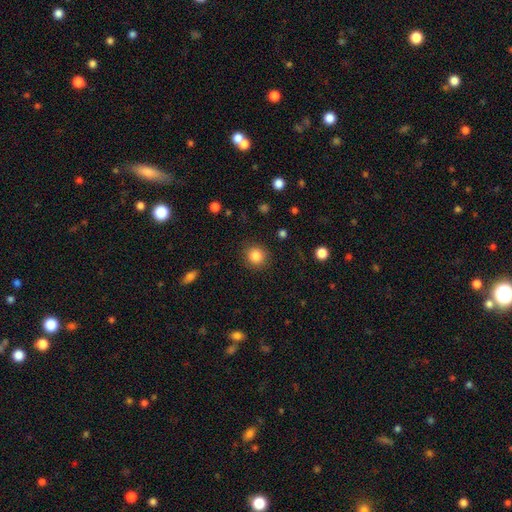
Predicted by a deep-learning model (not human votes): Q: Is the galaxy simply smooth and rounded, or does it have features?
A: smooth — 85%.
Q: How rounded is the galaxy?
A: round — 89%.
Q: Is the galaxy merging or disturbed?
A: none — 89%.